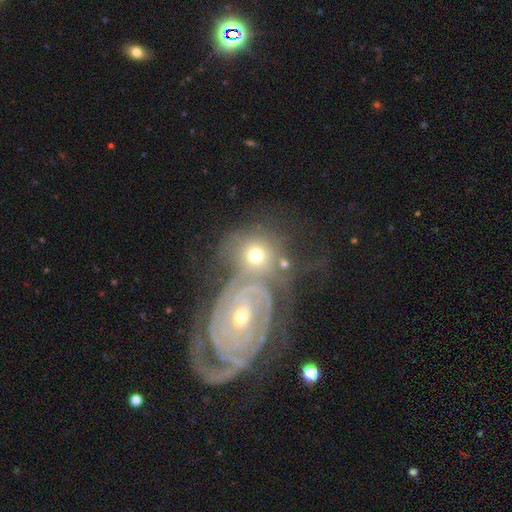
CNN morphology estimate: Smooth or featured? featured or disk (49%)
Merging? merger (51%)